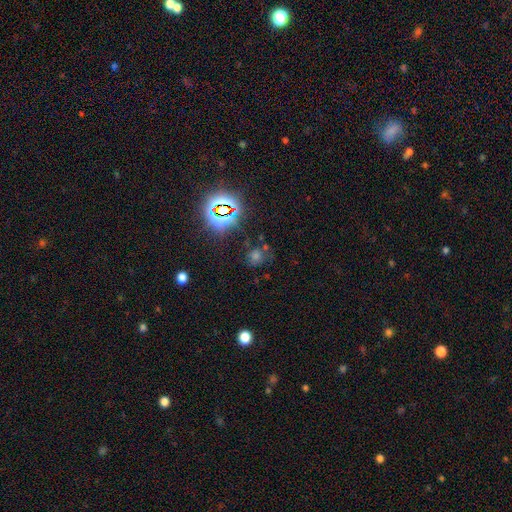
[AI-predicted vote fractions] Overall: star or artifact (53%; smooth 36%).